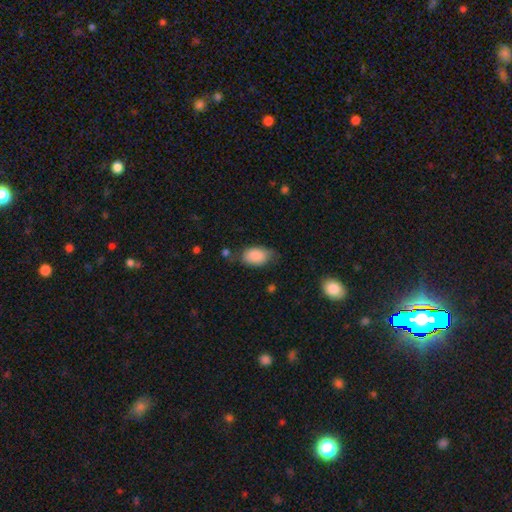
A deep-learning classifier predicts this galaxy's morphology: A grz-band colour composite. It shows a smooth galaxy with no disk features (87%) that is in between round and cigar-shaped (89%). Merging: none (59%).